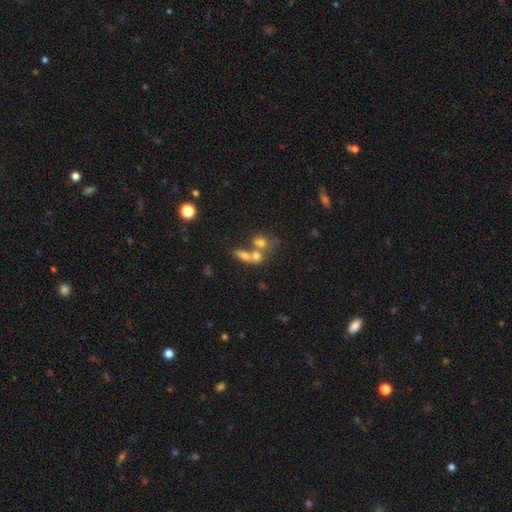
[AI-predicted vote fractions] smooth 57%, featured or disk 27%, star or artifact 16%. Down the decision tree: how rounded — in between (52%); merging — merger (57%).